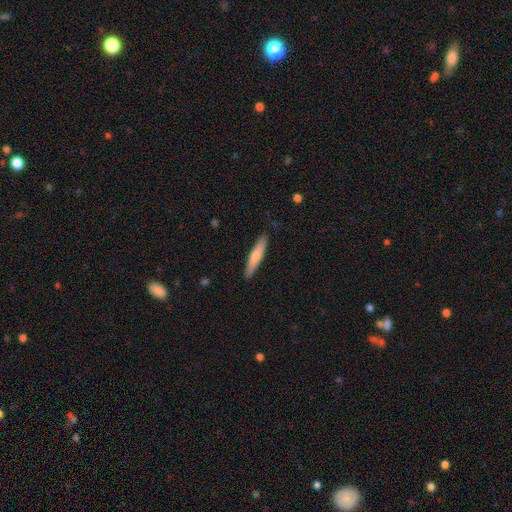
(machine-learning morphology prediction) Smooth or featured? smooth (70%)
How rounded? cigar-shaped (89%)
Merging? none (88%)